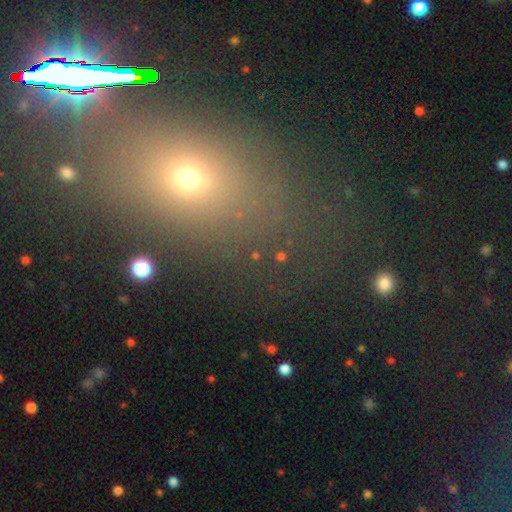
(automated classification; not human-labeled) A star or artifact, not a galaxy (46%).

Vote fractions:
- Smooth or featured? star or artifact: 46% / smooth: 41% / featured or disk: 13%